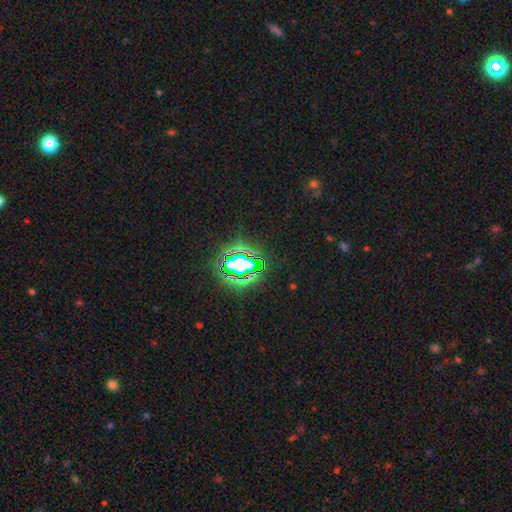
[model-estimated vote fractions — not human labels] This is clearly a star or artifact rather than a galaxy (82%).